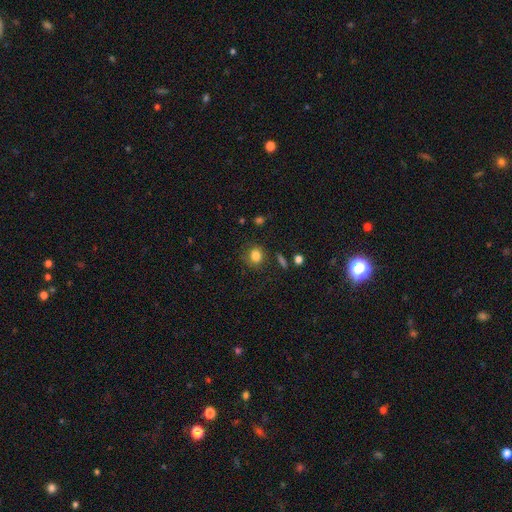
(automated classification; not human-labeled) Smooth or featured? smooth (83%)
How rounded? round (81%)
Merging? none (80%)